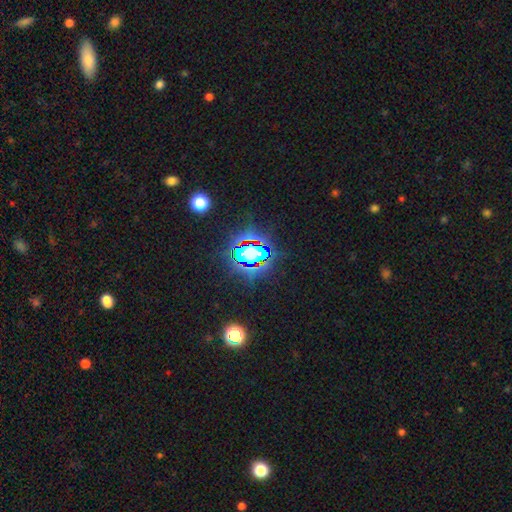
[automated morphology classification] The model was most divided on "smooth or featured": star or artifact: 70%, smooth: 18%, featured or disk: 12%.